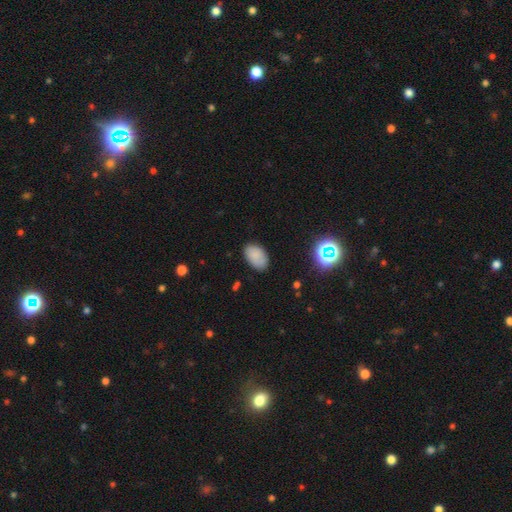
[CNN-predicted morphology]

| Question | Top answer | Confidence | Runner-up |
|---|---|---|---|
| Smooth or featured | smooth | 82% | star or artifact (11%) |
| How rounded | in between | 90% | round (8%) |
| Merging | none | 81% | minor disturbance (14%) |